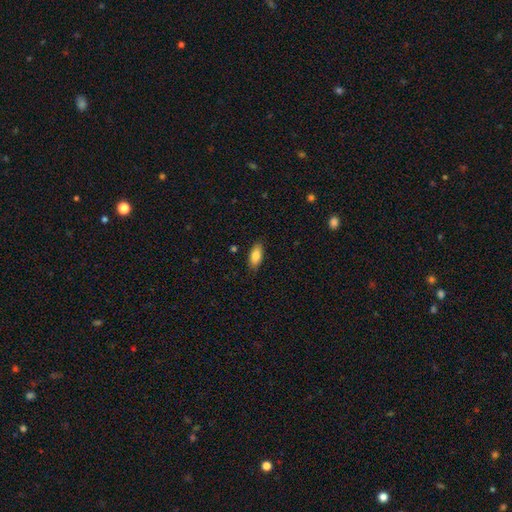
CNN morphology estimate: A smooth galaxy with no disk features (85%) that is in between round and cigar-shaped (85%).

Vote fractions:
- Smooth or featured? smooth: 85% / featured or disk: 9% / star or artifact: 7%
- How rounded? in between: 85% / cigar-shaped: 13% / round: 3%
- Merging? none: 84% / minor disturbance: 12% / major disturbance: 2% / merger: 1%